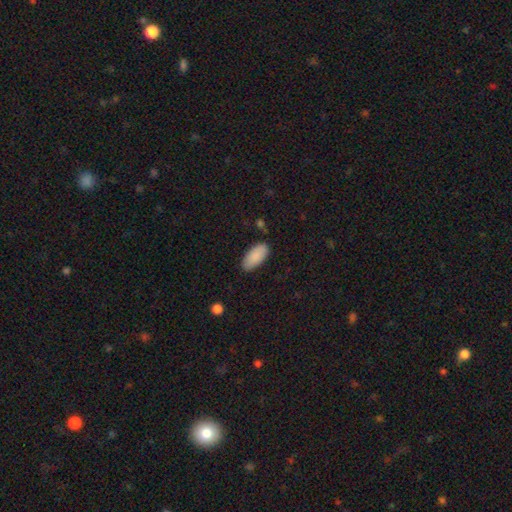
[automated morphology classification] This appears to be a smooth galaxy with no disk features (89%) that is in between round and cigar-shaped (91%). Merging: none (84%).